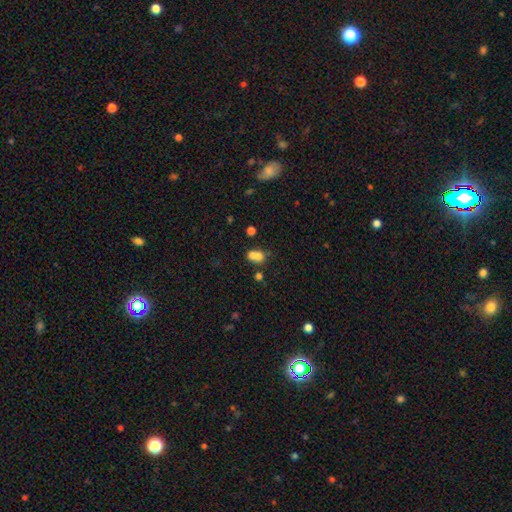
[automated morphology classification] smooth-or-featured: smooth: 72% | featured or disk: 15% | star or artifact: 13%
  how-rounded: in between: 56% | round: 42% | cigar-shaped: 2%
  merging: merger: 56% | none: 28% | minor disturbance: 10% | major disturbance: 6%